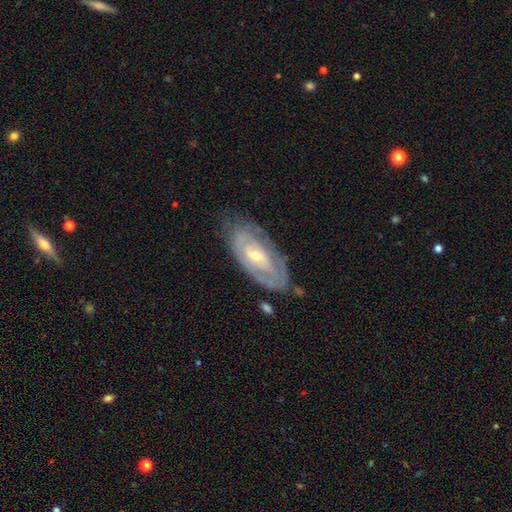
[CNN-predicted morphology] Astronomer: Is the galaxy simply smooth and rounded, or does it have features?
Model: featured or disk — 76%.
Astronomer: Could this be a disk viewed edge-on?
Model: no — 91%.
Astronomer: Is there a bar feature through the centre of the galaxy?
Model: no — 53% (runner-up: weak, 35%).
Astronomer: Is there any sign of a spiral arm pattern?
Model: yes — 75%.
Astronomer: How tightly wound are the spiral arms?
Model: tight — 72%.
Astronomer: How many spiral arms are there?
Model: can't tell — 55%.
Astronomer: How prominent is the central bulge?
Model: small — 53% (runner-up: moderate, 43%).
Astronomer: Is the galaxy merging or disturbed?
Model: none — 66%.